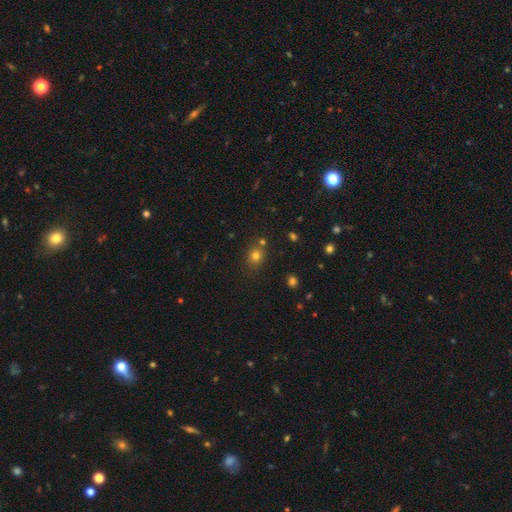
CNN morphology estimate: This is likely a smooth galaxy (75%). How rounded: likely round (73%). Merging: likely none (74%).